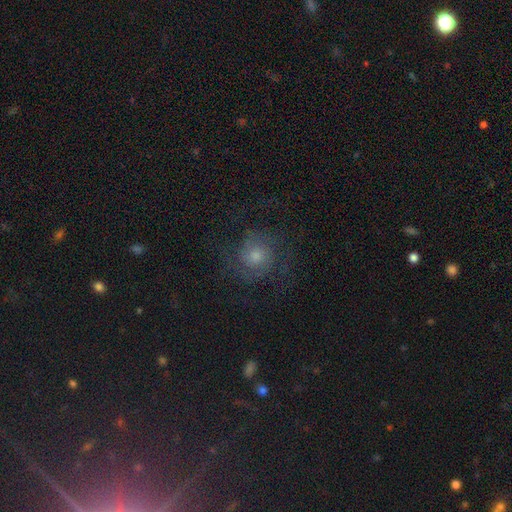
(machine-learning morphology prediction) featured or disk 56%, smooth 31%, star or artifact 13%. Down the decision tree: edge-on disk — no (97%); bar — no (76%); spiral arms — yes (88%); bulge size — moderate (51%); merging — none (69%).